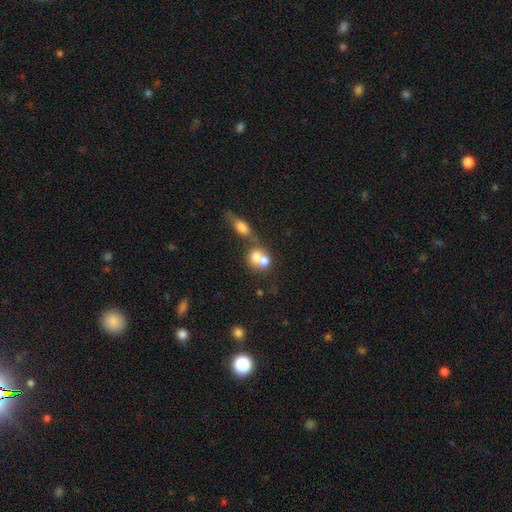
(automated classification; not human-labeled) The model was most divided on "how rounded": round: 65%, in between: 33%, cigar-shaped: 2%. More confident: smooth or featured — smooth (68%); merging — merger (66%).